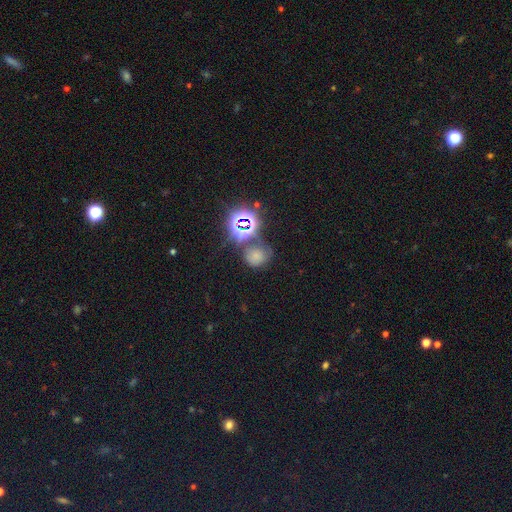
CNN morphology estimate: Smooth or featured?
  - smooth: 52% *
  - star or artifact: 37%
  - featured or disk: 11%
How rounded?
  - round: 72% *
  - in between: 27%
  - cigar-shaped: 1%
Merging?
  - none: 54% *
  - minor disturbance: 20%
  - merger: 15%
  - major disturbance: 11%